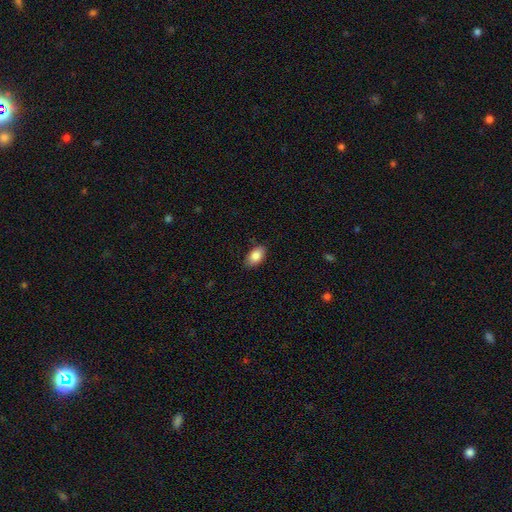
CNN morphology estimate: Q: Smooth or featured?
A: smooth (86%); runner-up: featured or disk (7%)
Q: How rounded?
A: in between (92%); runner-up: round (6%)
Q: Merging?
A: none (85%); runner-up: minor disturbance (11%)